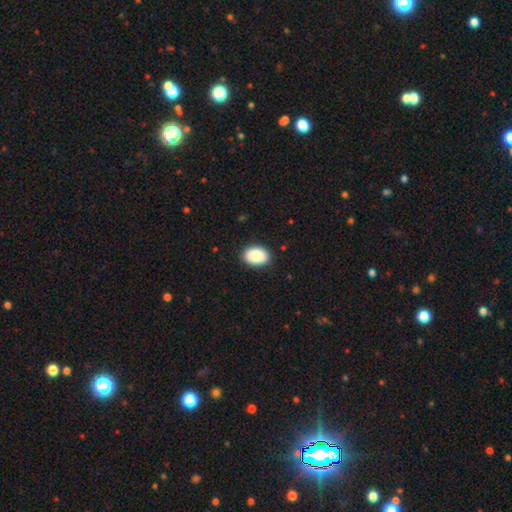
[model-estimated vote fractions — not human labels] A smooth galaxy with no disk features (88%) that is in between round and cigar-shaped (84%).

Vote fractions:
- Smooth or featured? smooth: 88% / star or artifact: 7% / featured or disk: 5%
- How rounded? in between: 84% / round: 15% / cigar-shaped: 1%
- Merging? none: 87% / minor disturbance: 10% / major disturbance: 2% / merger: 1%